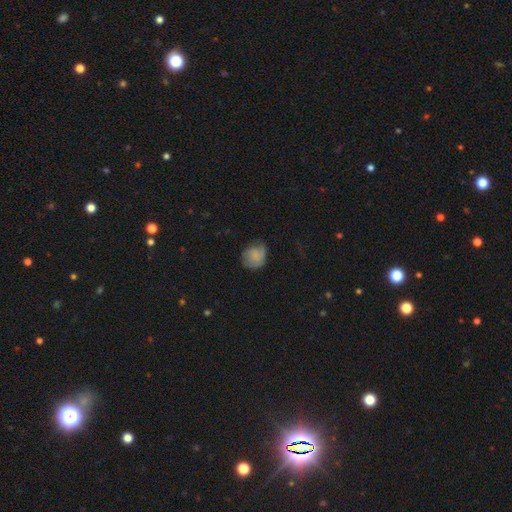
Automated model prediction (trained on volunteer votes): Smooth or featured? smooth (71%)
How rounded? round (69%)
Merging? none (61%)